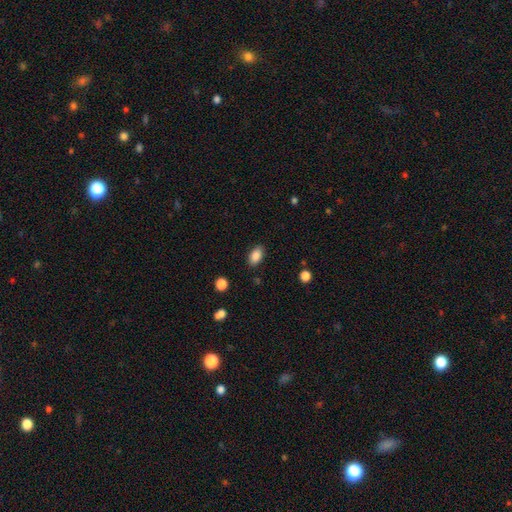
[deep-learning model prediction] The model was most divided on "merging": none: 86%, minor disturbance: 10%, major disturbance: 3%, merger: 1%. More confident: how rounded — in between (91%); smooth or featured — smooth (87%).